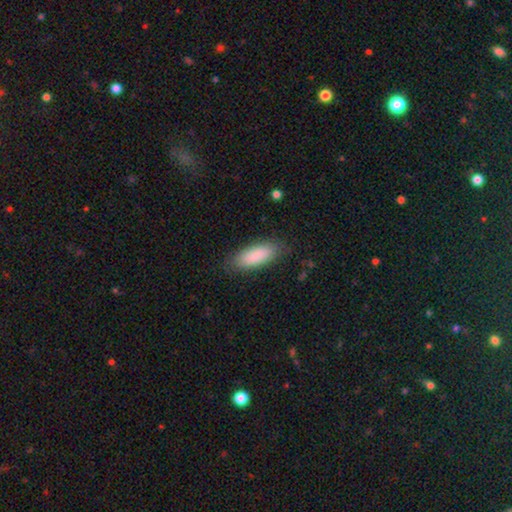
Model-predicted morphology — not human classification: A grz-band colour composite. It shows a smooth galaxy with no disk features (88%) that is in between round and cigar-shaped (74%). Merging: none (84%).